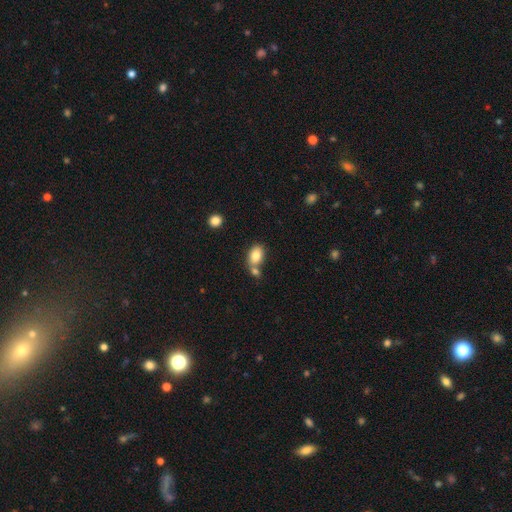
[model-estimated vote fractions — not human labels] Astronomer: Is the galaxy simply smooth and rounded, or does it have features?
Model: smooth — 82%.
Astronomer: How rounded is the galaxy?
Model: in between — 81%.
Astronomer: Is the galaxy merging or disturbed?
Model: none — 49% (runner-up: merger, 36%).